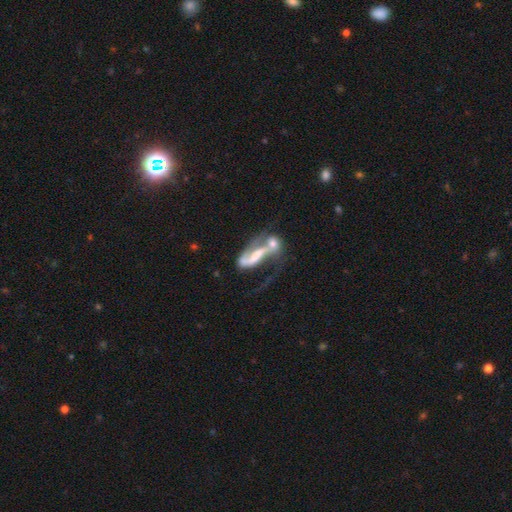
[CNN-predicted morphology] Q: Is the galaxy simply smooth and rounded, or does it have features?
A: featured or disk — 66%.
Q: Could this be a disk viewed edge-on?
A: no — 89%.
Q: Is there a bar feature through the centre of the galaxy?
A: strong — 37%.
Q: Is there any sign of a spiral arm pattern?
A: yes — 70%.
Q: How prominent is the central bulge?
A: none — 33%.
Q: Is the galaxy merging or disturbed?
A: merger — 57%.